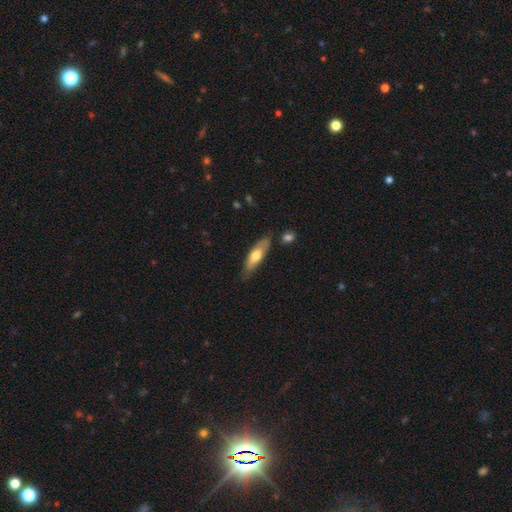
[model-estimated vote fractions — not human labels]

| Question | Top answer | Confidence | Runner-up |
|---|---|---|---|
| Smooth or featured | smooth | 60% | featured or disk (34%) |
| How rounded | cigar-shaped | 50% | in between (48%) |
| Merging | none | 74% | minor disturbance (19%) |